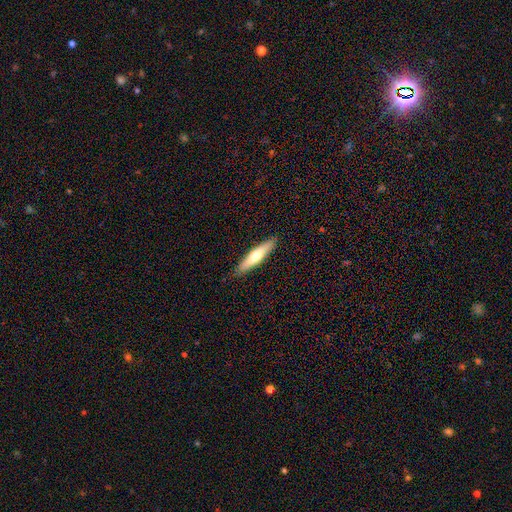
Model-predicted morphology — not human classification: A smooth galaxy with no disk features (58%) that is cigar-shaped (84%).

Vote fractions:
- Smooth or featured? smooth: 58% / featured or disk: 37% / star or artifact: 5%
- How rounded? cigar-shaped: 84% / in between: 15% / round: 1%
- Merging? none: 89% / minor disturbance: 8% / major disturbance: 2% / merger: 1%